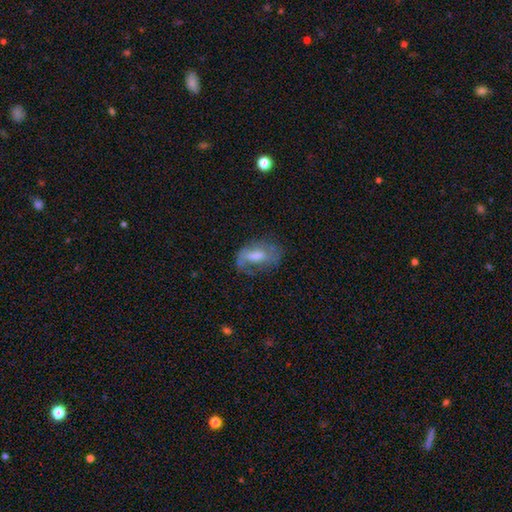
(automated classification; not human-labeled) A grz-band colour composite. It shows a featured or disk galaxy (53%). Merging: none (51%).